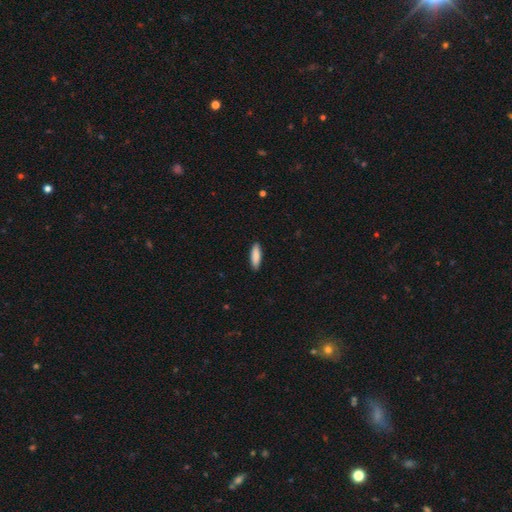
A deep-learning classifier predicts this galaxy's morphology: smooth 88%, featured or disk 7%, star or artifact 6%. Down the decision tree: how rounded — cigar-shaped (57%); merging — none (89%).